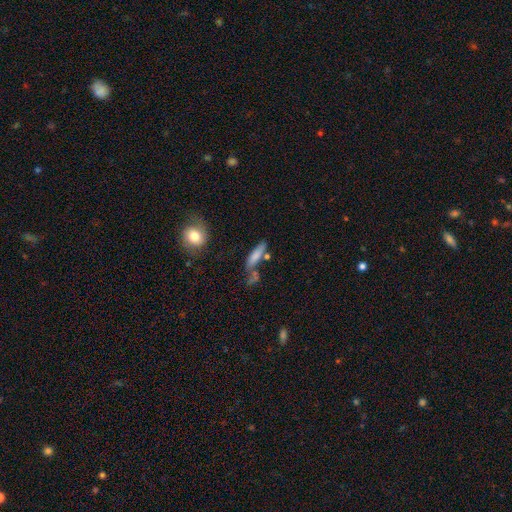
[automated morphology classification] The model was most divided on "merging": none: 51%, merger: 21%, minor disturbance: 19%, major disturbance: 9%. More confident: smooth or featured — smooth (71%); how rounded — cigar-shaped (66%).